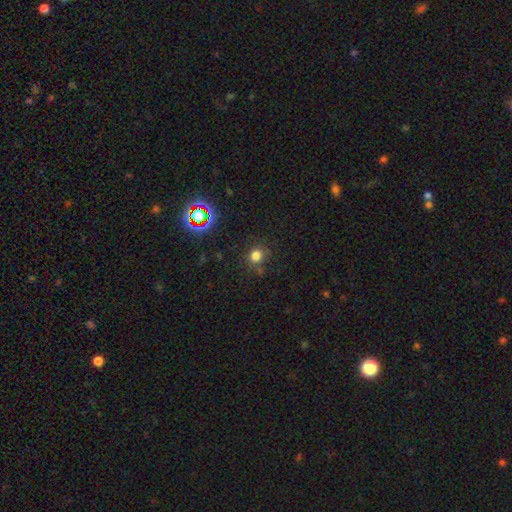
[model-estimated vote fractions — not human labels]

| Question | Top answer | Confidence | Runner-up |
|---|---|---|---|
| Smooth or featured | smooth | 73% | star or artifact (20%) |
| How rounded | round | 86% | in between (13%) |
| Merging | none | 77% | minor disturbance (13%) |